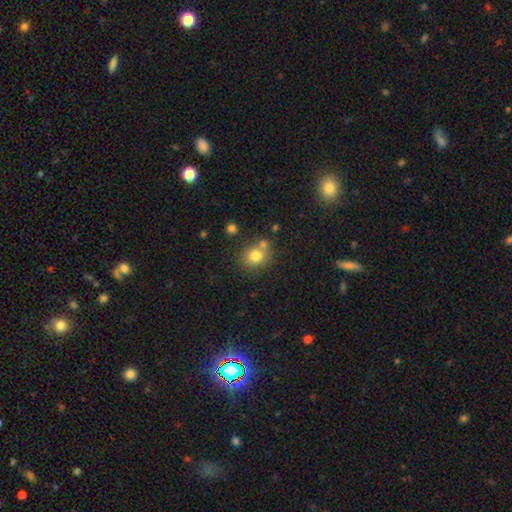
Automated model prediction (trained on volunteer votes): Morphology: type=smooth (78%); roundness=round (76%); merging=none (62%).